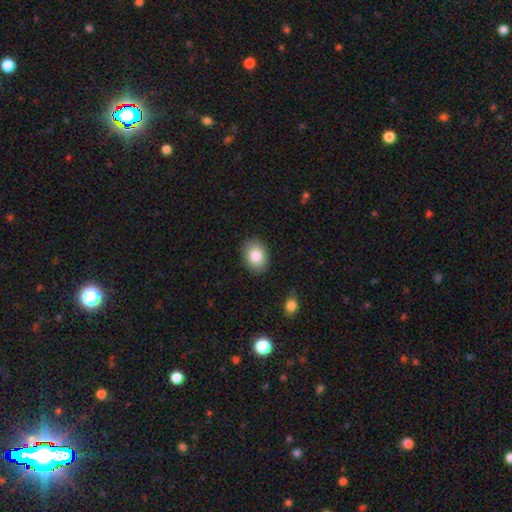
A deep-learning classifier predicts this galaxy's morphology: This appears to be a smooth galaxy with no disk features (85%) that is in between round and cigar-shaped (69%). Merging: none (88%).